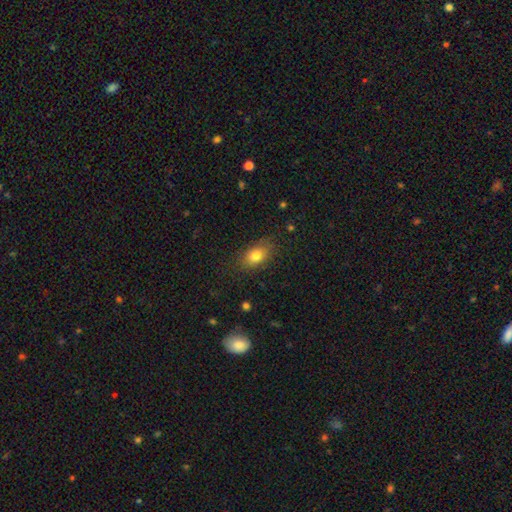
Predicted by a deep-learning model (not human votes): smooth_or_featured: smooth (p=0.80) [alt: featured or disk p=0.11]
how_rounded: in between (p=0.84) [alt: round p=0.13]
merging: none (p=0.80) [alt: minor disturbance p=0.14]